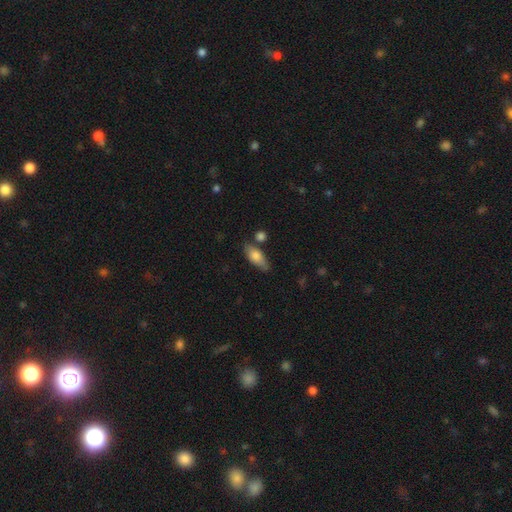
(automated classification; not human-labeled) Overall: smooth (74%). How rounded: in between (79%). Merging: none (68%).